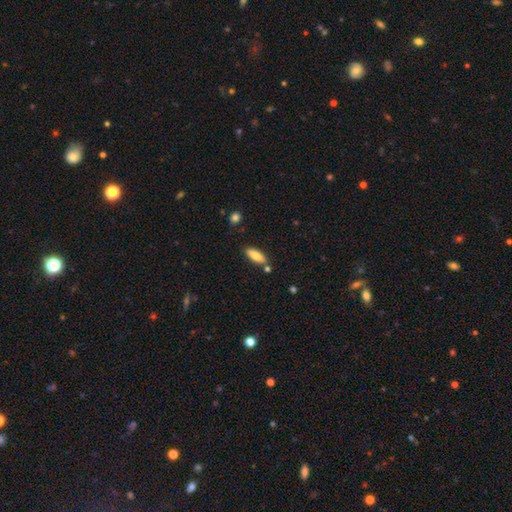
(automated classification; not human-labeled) Overall: smooth (83%). How rounded: in between (66%; cigar-shaped 32%). Merging: none (79%).